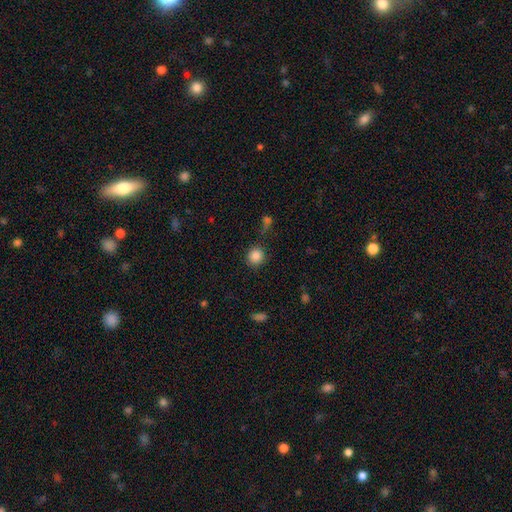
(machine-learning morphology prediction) This appears to be a smooth galaxy with no disk features (86%) that is round (89%). Merging: none (85%).